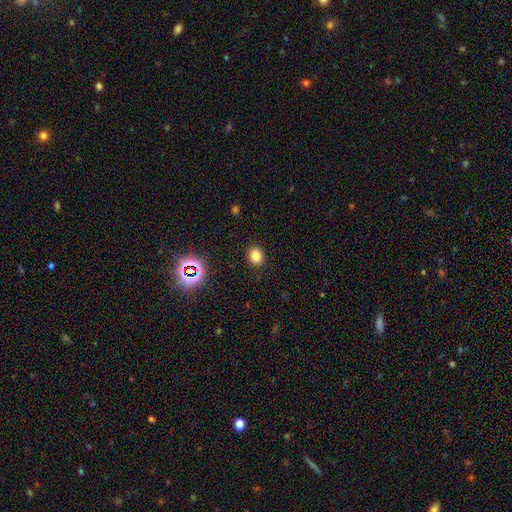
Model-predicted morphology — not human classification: type=smooth (78%); roundness=round (51%); merging=none (89%).